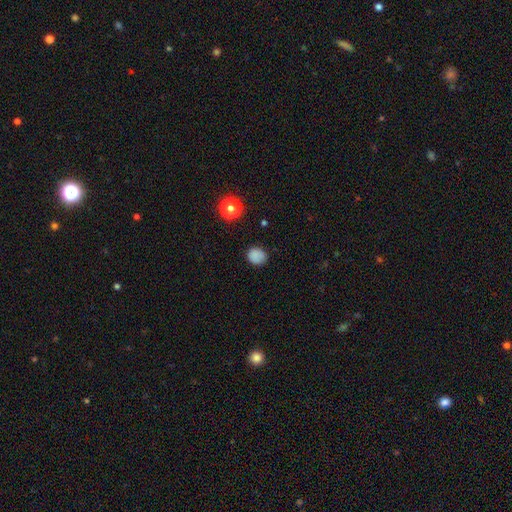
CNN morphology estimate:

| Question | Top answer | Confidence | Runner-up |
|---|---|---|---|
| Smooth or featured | smooth | 83% | star or artifact (13%) |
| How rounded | round | 74% | in between (25%) |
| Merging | none | 81% | minor disturbance (14%) |